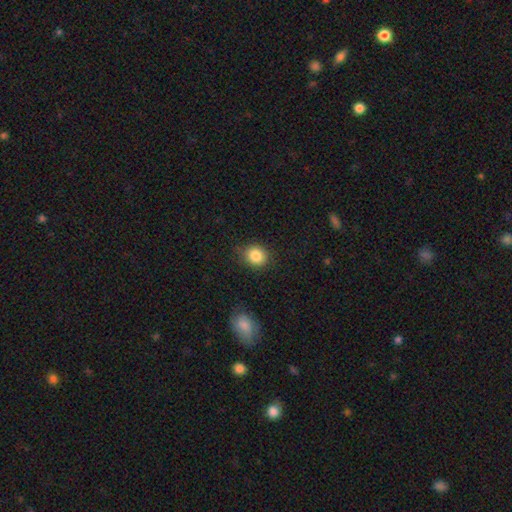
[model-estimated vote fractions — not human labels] A smooth galaxy with no disk features (85%) that is round (76%).

Vote fractions:
- Smooth or featured? smooth: 85% / star or artifact: 10% / featured or disk: 5%
- How rounded? round: 76% / in between: 23% / cigar-shaped: 1%
- Merging? none: 83% / minor disturbance: 13% / major disturbance: 3% / merger: 2%